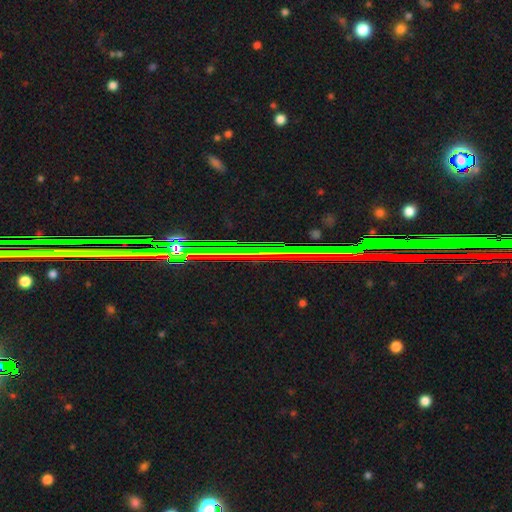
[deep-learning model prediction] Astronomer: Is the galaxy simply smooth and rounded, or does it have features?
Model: star or artifact — 78%.